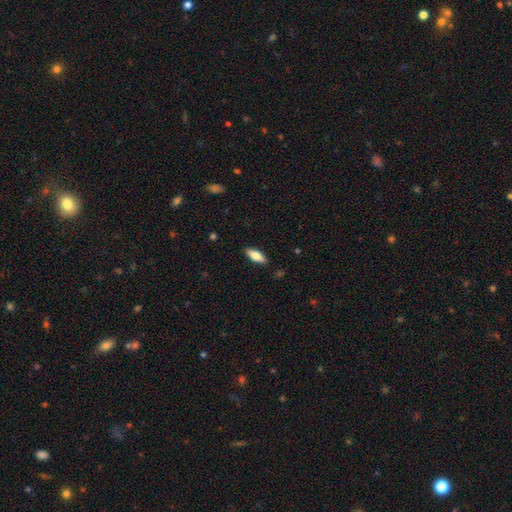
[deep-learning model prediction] Smooth or featured? Predicted: smooth (p=0.69). How rounded? Predicted: in between (p=0.71). Merging? Predicted: none (p=0.88).